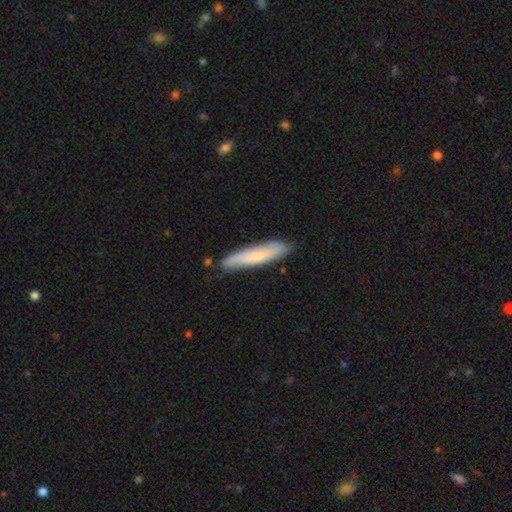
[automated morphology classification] A smooth galaxy with no disk features (60%) that is cigar-shaped (85%). Merging: none (78%).